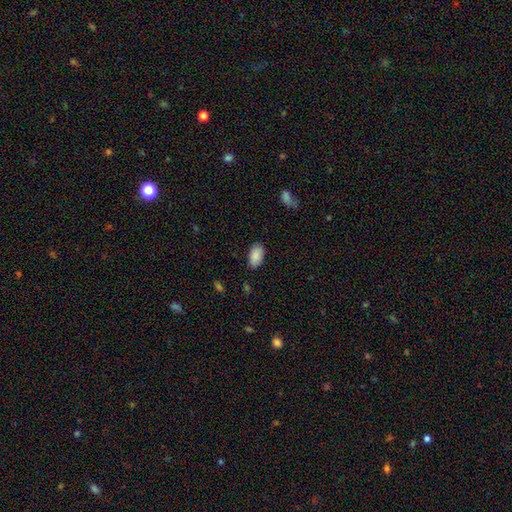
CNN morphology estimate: A smooth galaxy with no disk features (89%) that is in between round and cigar-shaped (94%).

Vote fractions:
- Smooth or featured? smooth: 89% / star or artifact: 7% / featured or disk: 4%
- How rounded? in between: 94% / round: 4% / cigar-shaped: 2%
- Merging? none: 83% / minor disturbance: 13% / major disturbance: 3% / merger: 1%